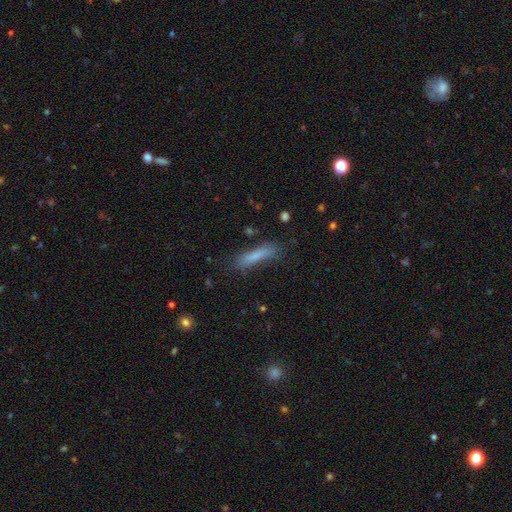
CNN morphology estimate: Q: Smooth or featured?
A: smooth (76%); runner-up: featured or disk (14%)
Q: How rounded?
A: cigar-shaped (83%); runner-up: in between (16%)
Q: Merging?
A: none (70%); runner-up: minor disturbance (19%)